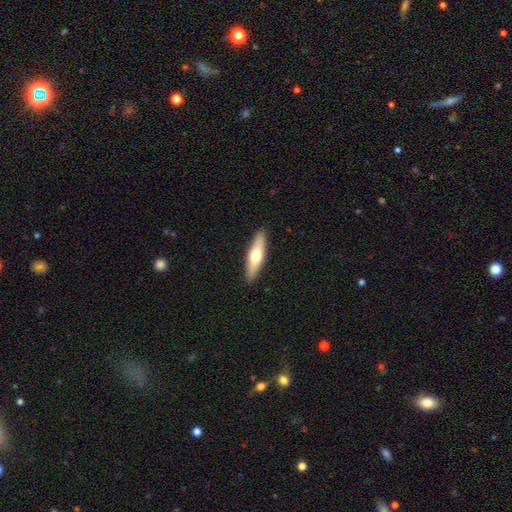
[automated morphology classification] Smooth or featured?
  - smooth: 54% *
  - featured or disk: 41%
  - star or artifact: 5%
How rounded?
  - cigar-shaped: 66% *
  - in between: 32%
  - round: 2%
Merging?
  - none: 90% *
  - minor disturbance: 7%
  - major disturbance: 2%
  - merger: 1%